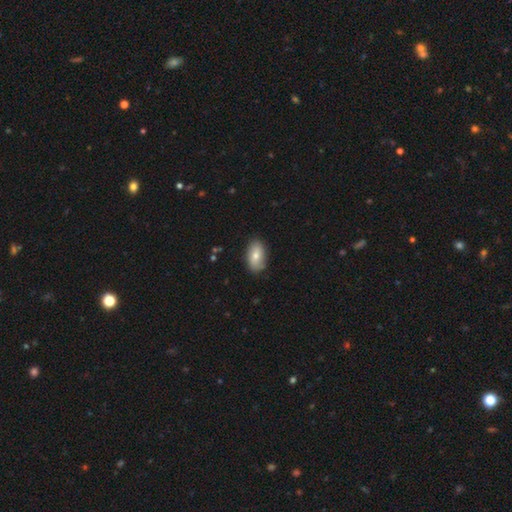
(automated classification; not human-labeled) Smooth or featured?
  - smooth: 74% *
  - featured or disk: 19%
  - star or artifact: 7%
How rounded?
  - in between: 92% *
  - round: 5%
  - cigar-shaped: 2%
Merging?
  - none: 83% *
  - minor disturbance: 13%
  - major disturbance: 2%
  - merger: 1%